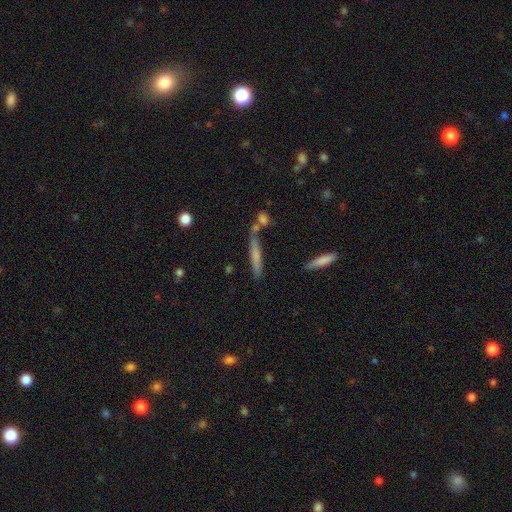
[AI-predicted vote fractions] This is likely a smooth galaxy (63%). How rounded: clearly cigar-shaped (92%). Merging: likely none (69%).